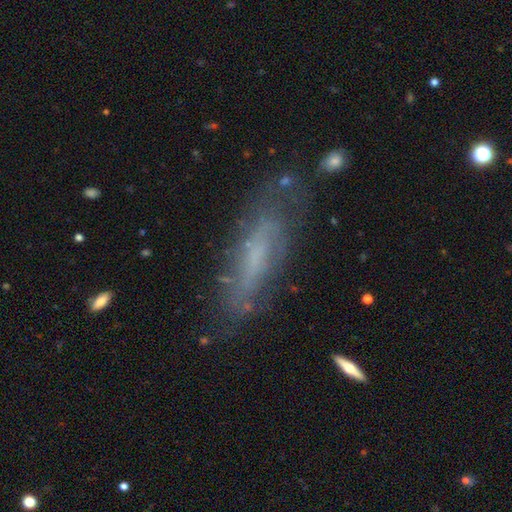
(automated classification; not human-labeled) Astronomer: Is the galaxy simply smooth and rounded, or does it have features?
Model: featured or disk — 54% (runner-up: smooth, 36%).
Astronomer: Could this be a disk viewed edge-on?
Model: no — 65%.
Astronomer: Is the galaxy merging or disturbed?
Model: none — 71%.